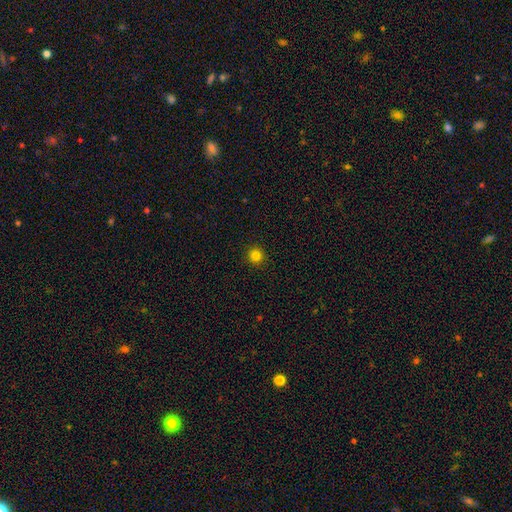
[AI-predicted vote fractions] Smooth or featured? Predicted: smooth (p=0.82). How rounded? Predicted: round (p=0.95). Merging? Predicted: none (p=0.93).